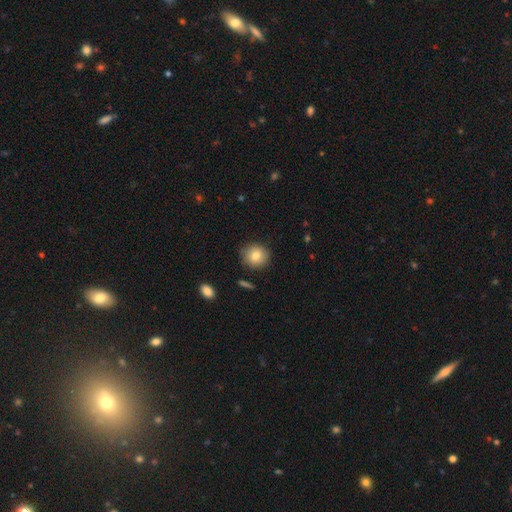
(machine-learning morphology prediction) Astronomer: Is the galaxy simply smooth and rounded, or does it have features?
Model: smooth — 79%.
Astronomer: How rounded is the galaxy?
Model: round — 84%.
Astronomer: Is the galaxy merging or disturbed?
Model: none — 85%.